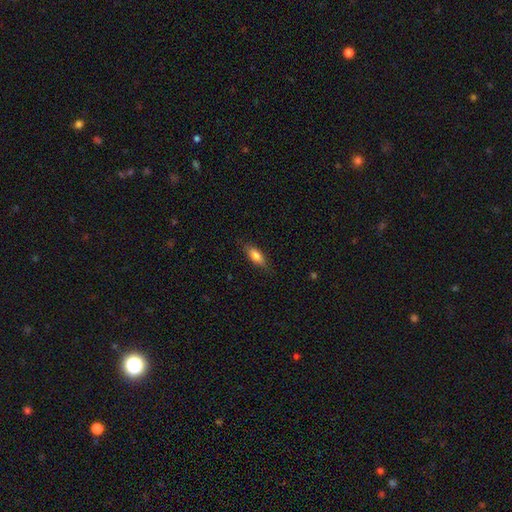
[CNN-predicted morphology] Smooth or featured? Predicted: smooth (p=0.78). How rounded? Predicted: in between (p=0.73). Merging? Predicted: none (p=0.80).